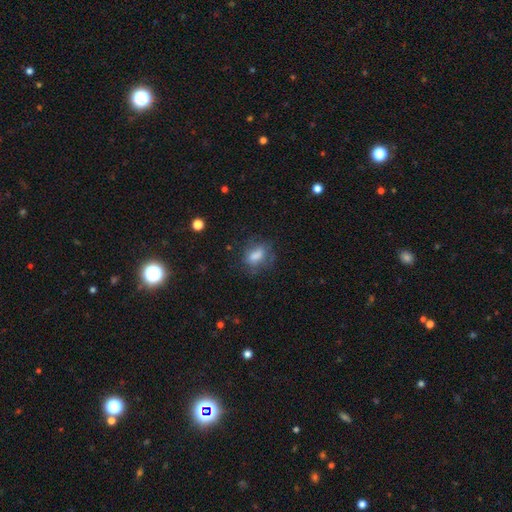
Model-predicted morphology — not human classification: This is likely a smooth galaxy (69%). How rounded: likely in between (73%). Merging: likely none (63%).